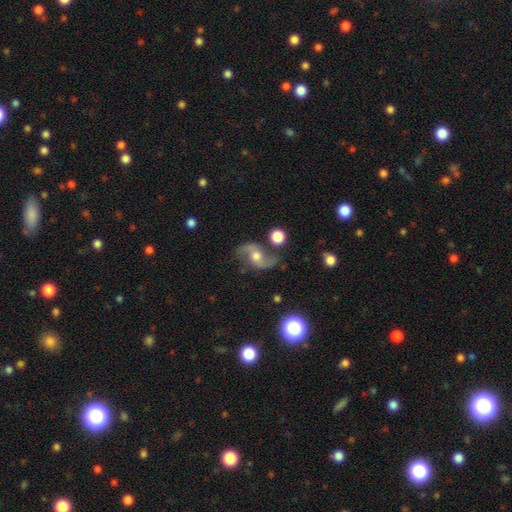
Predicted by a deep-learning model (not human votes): A featured or disk galaxy (81%) with no bar (52%), 2 (93%) loose (75%) spiral arms (94%) and a moderate central bulge (67%).

Vote fractions:
- Smooth or featured? featured or disk: 81% / smooth: 11% / star or artifact: 7%
- Edge-on disk? no: 96% / yes: 4%
- Bar? no: 52% / weak: 36% / strong: 12%
- Spiral arms? yes: 94% / no: 6%
- Spiral winding? loose: 75% / medium: 20% / tight: 5%
- Spiral arm count? 2: 93% / can't tell: 2% / 1: 2% / 3: 1% / 4: 1% / more than 4: 1%
- Bulge size? moderate: 67% / small: 16% / large: 13% / none: 2% / dominant: 2%
- Merging? none: 71% / minor disturbance: 16% / major disturbance: 7% / merger: 6%